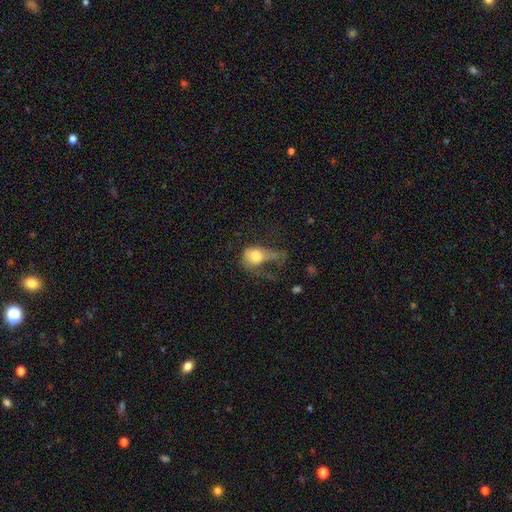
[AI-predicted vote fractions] Morphology: type=smooth (65%); roundness=in between (63%); merging=major disturbance (62%).